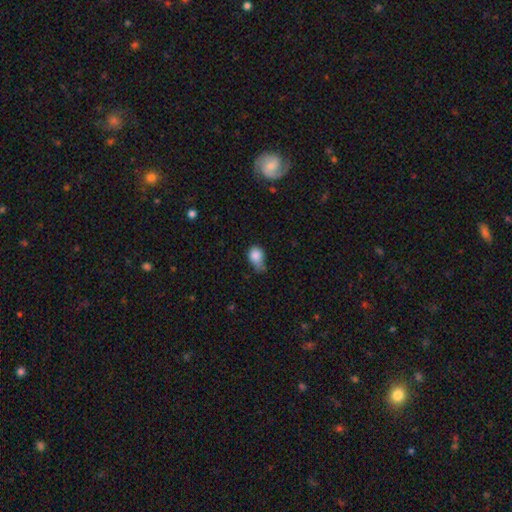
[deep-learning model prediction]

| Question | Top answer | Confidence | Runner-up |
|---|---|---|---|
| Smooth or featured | smooth | 83% | star or artifact (10%) |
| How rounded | in between | 62% | round (36%) |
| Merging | minor disturbance | 47% | none (29%) |